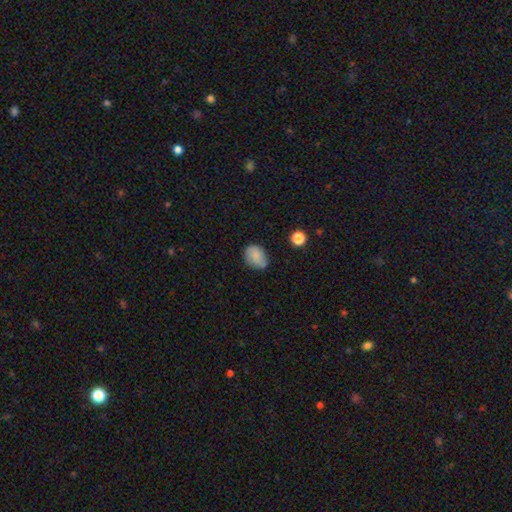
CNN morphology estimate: Q: Smooth or featured?
A: smooth (76%); runner-up: featured or disk (15%)
Q: How rounded?
A: in between (68%); runner-up: round (31%)
Q: Merging?
A: none (64%); runner-up: minor disturbance (28%)